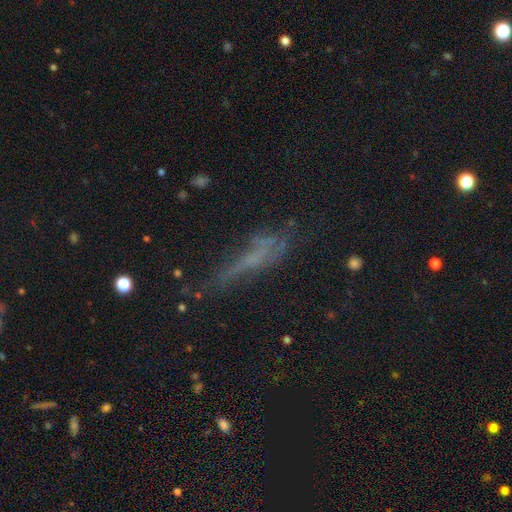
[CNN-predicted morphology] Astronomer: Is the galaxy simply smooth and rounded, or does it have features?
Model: featured or disk — 39% (runner-up: smooth, 35%).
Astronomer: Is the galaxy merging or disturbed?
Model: none — 45% (runner-up: minor disturbance, 25%).